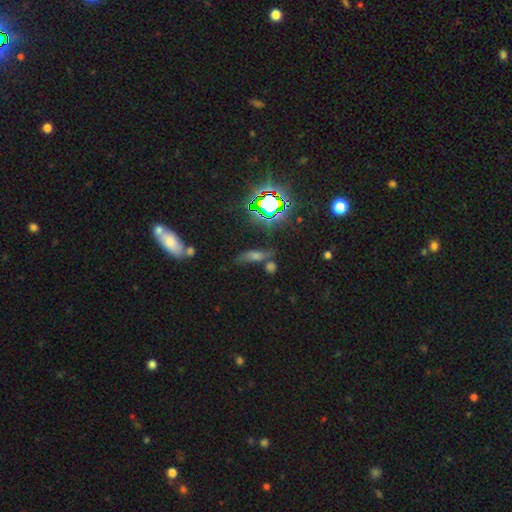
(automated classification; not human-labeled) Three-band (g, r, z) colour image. It shows a smooth galaxy with no disk features (44%). Merging: none (59%).